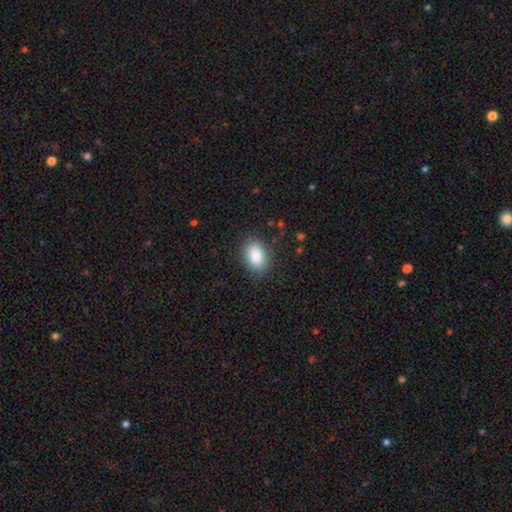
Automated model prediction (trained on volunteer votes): A smooth galaxy with no disk features (86%) that is in between round and cigar-shaped (88%). Merging: none (85%).